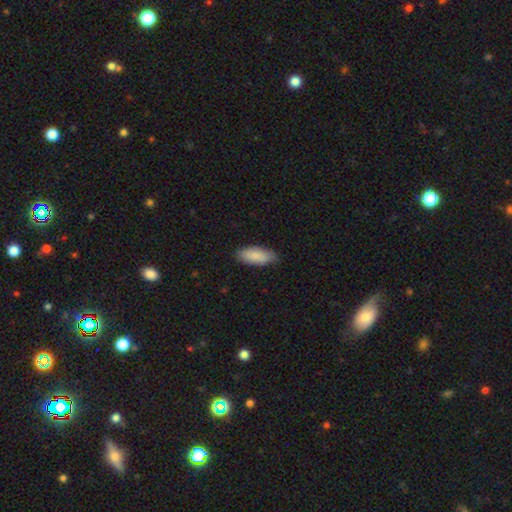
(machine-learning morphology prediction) This is clearly a smooth galaxy (87%). How rounded: clearly in between (83%). Merging: likely none (78%).